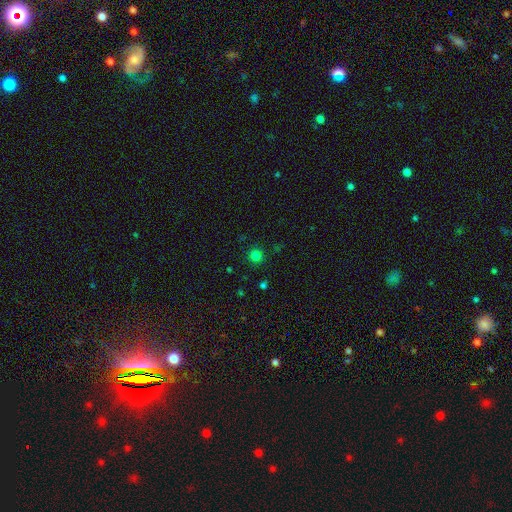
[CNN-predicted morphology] This is likely a smooth galaxy (79%). How rounded: clearly round (95%). Merging: clearly none (91%).